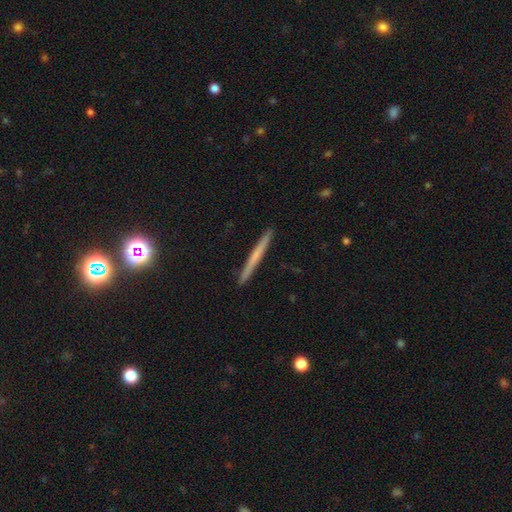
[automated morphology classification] Overall: featured or disk (46%; smooth 45%). Merging: none (92%).